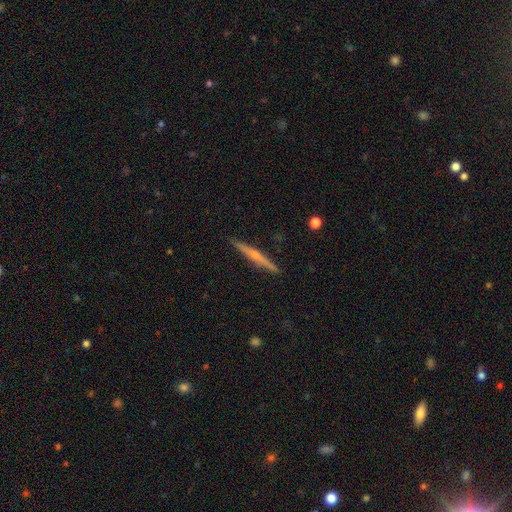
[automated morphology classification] smooth-or-featured: featured or disk: 65% | smooth: 29% | star or artifact: 6%
  disk-edge-on: yes: 98% | no: 2%
    edge-on-bulge: rounded: 67% | none: 27% | boxy: 6%
  merging: none: 91% | minor disturbance: 6% | major disturbance: 1% | merger: 1%